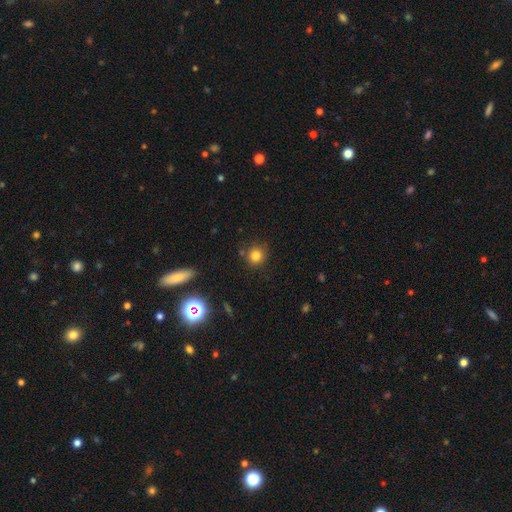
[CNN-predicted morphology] smooth 80%, star or artifact 14%, featured or disk 6%. Down the decision tree: how rounded — round (92%); merging — none (82%).